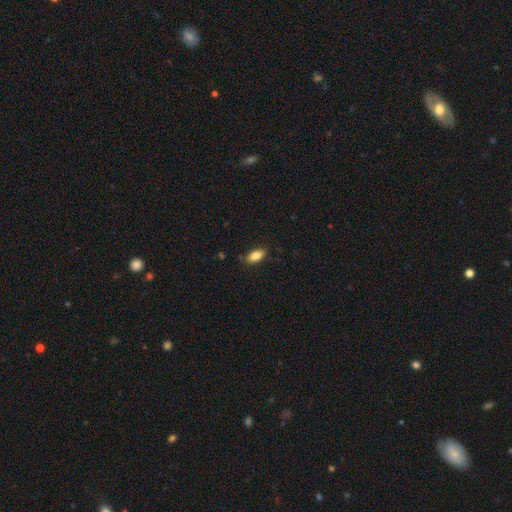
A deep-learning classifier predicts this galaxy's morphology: The model was most divided on "smooth or featured": smooth: 81%, featured or disk: 11%, star or artifact: 7%. More confident: how rounded — in between (88%); merging — none (84%).